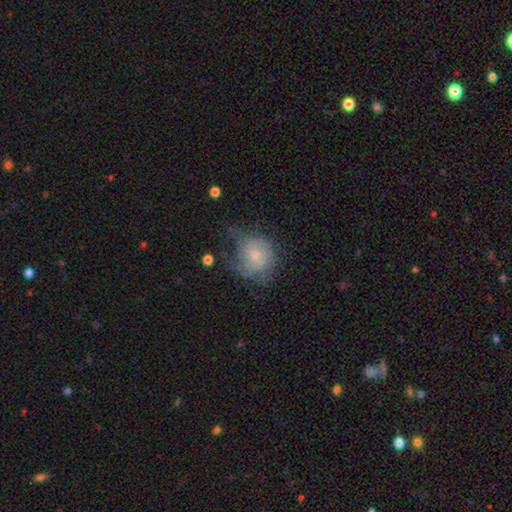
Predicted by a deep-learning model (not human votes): smooth-or-featured: featured or disk: 48% | smooth: 43% | star or artifact: 8%
  merging: none: 38% | minor disturbance: 30% | major disturbance: 29% | merger: 2%